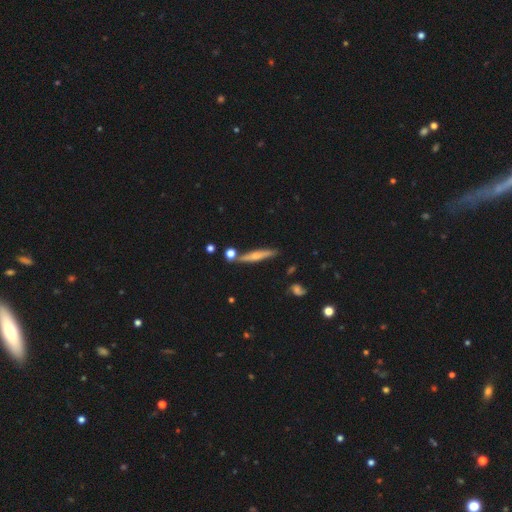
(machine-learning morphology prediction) smooth-or-featured: featured or disk: 57% | smooth: 35% | star or artifact: 8%
  disk-edge-on: yes: 95% | no: 5%
    edge-on-bulge: rounded: 75% | none: 18% | boxy: 7%
  merging: none: 81% | minor disturbance: 10% | merger: 6% | major disturbance: 2%